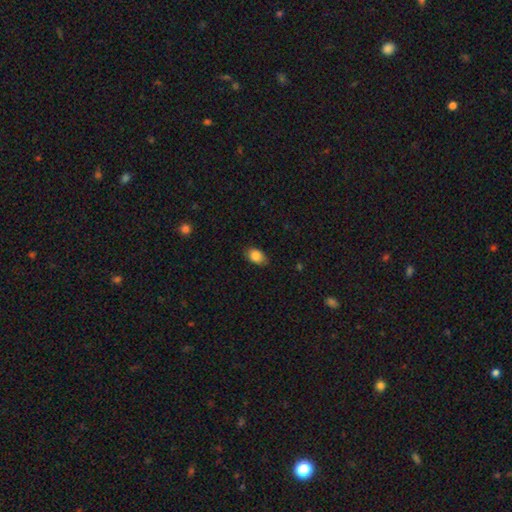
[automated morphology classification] A smooth galaxy with no disk features (86%) that is in between round and cigar-shaped (85%).

Vote fractions:
- Smooth or featured? smooth: 86% / star or artifact: 8% / featured or disk: 6%
- How rounded? in between: 85% / round: 13% / cigar-shaped: 2%
- Merging? none: 80% / minor disturbance: 16% / major disturbance: 3% / merger: 1%